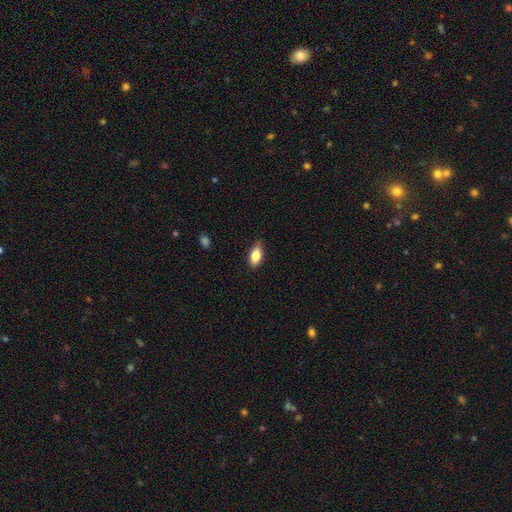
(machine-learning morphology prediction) smooth-or-featured: smooth: 82% | featured or disk: 11% | star or artifact: 7%
  how-rounded: in between: 89% | cigar-shaped: 7% | round: 4%
  merging: none: 80% | minor disturbance: 17% | major disturbance: 3% | merger: 1%